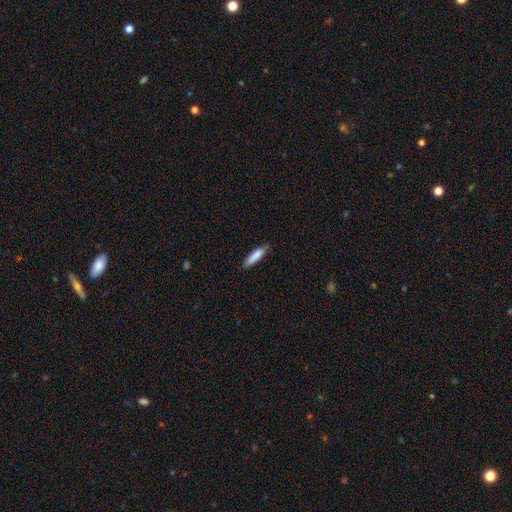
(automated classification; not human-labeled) smooth 82%, featured or disk 12%, star or artifact 6%. Down the decision tree: how rounded — cigar-shaped (78%); merging — none (80%).